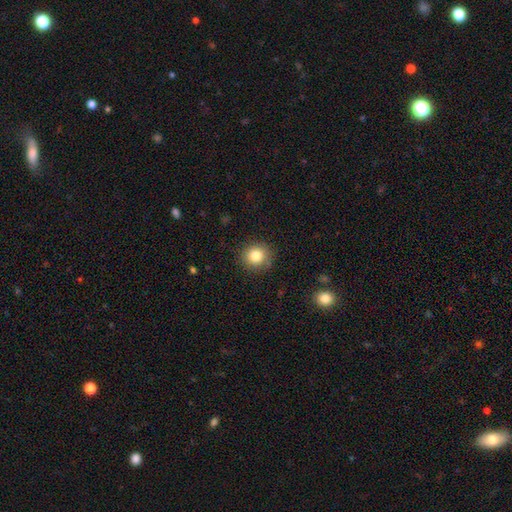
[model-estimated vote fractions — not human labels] smooth 82%, star or artifact 11%, featured or disk 7%. Down the decision tree: how rounded — round (91%); merging — none (88%).